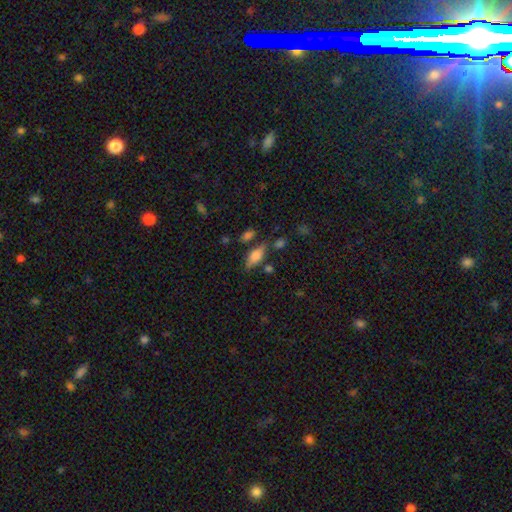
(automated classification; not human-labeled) The model was most divided on "smooth or featured": smooth: 69%, featured or disk: 22%, star or artifact: 9%. More confident: how rounded — in between (75%); merging — none (67%).